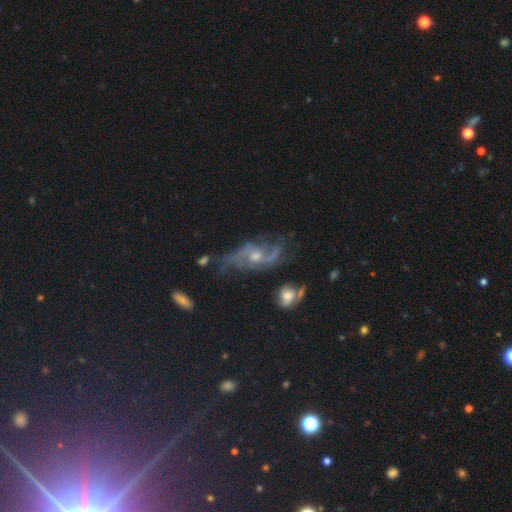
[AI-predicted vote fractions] The model was most divided on "bulge size": moderate: 51%, small: 41%, large: 4%, none: 3%, dominant: 1%. Remaining: edge-on disk — no (92%); spiral arms — yes (89%); smooth or featured — featured or disk (80%); spiral arm count — 2 (69%); bar — no (63%); spiral winding — loose (54%); merging — none (46%).